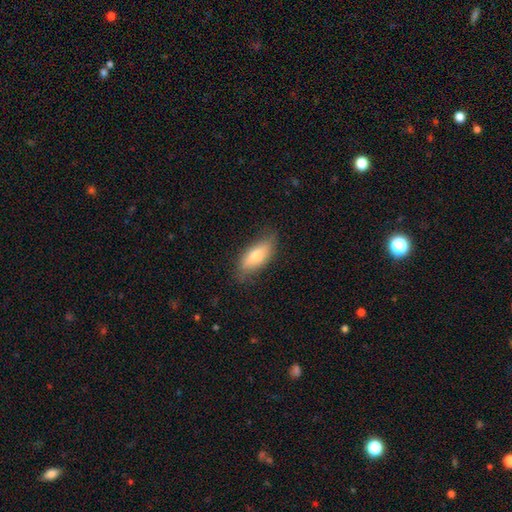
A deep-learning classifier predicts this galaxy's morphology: Overall: smooth (75%). How rounded: in between (79%). Merging: none (73%).